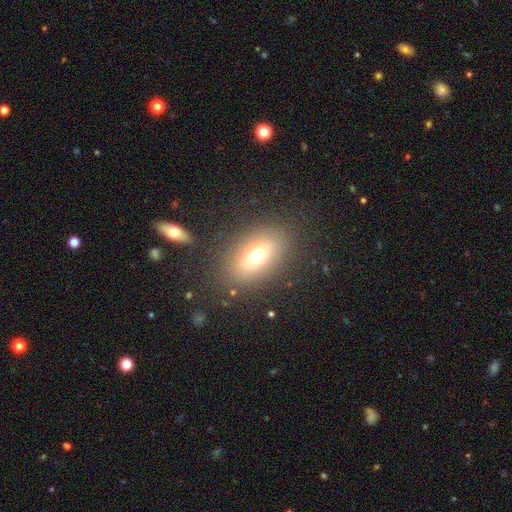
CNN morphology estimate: Smooth or featured?
  - smooth: 68% *
  - featured or disk: 20%
  - star or artifact: 12%
How rounded?
  - in between: 83% *
  - round: 14%
  - cigar-shaped: 3%
Merging?
  - none: 83% *
  - minor disturbance: 10%
  - major disturbance: 5%
  - merger: 2%